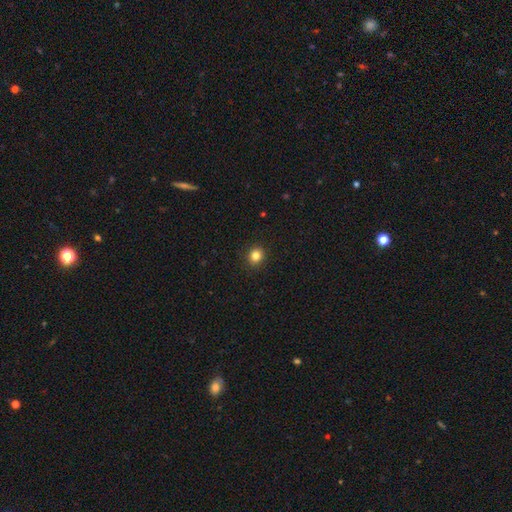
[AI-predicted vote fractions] The model was most divided on "how rounded": round: 84%, in between: 15%, cigar-shaped: 1%. More confident: merging — none (92%); smooth or featured — smooth (82%).